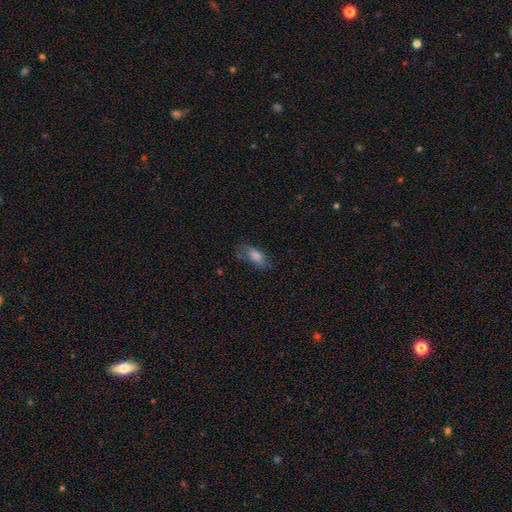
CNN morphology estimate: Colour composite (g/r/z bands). It shows a smooth galaxy with no disk features (75%) that is in between round and cigar-shaped (78%). Merging: none (64%).